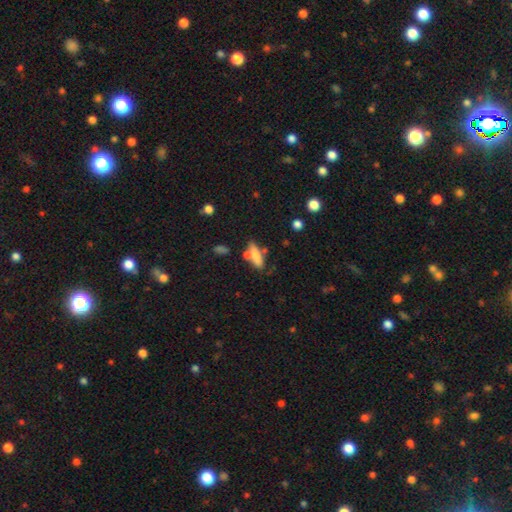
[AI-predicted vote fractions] Smooth or featured: smooth — 69% (featured or disk — 23%)
How rounded: cigar-shaped — 50% (in between — 47%)
Merging: none — 55% (merger — 20%)